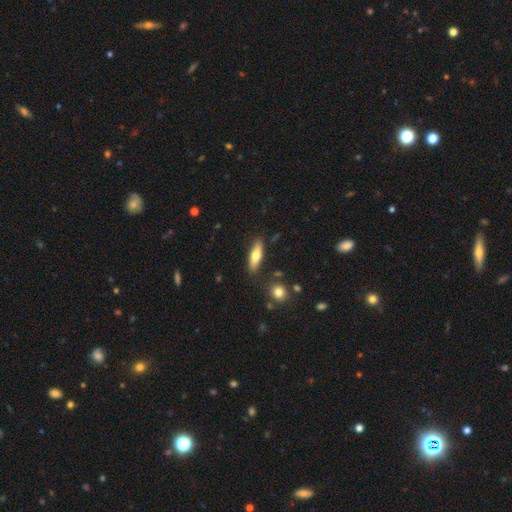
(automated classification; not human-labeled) Smooth or featured? Predicted: smooth (p=0.64). How rounded? Predicted: cigar-shaped (p=0.52). Merging? Predicted: none (p=0.82).